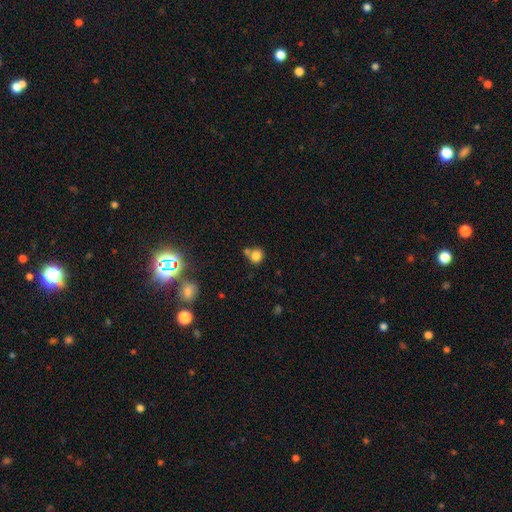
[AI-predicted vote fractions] smooth-or-featured: smooth: 81% | star or artifact: 11% | featured or disk: 7%
  how-rounded: round: 88% | in between: 11% | cigar-shaped: 1%
  merging: none: 60% | merger: 25% | minor disturbance: 11% | major disturbance: 4%